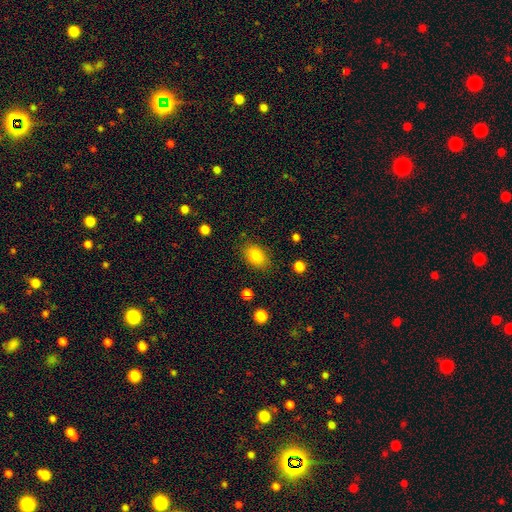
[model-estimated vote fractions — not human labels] Q: Smooth or featured?
A: smooth (84%); runner-up: star or artifact (9%)
Q: How rounded?
A: in between (80%); runner-up: round (19%)
Q: Merging?
A: none (82%); runner-up: minor disturbance (12%)